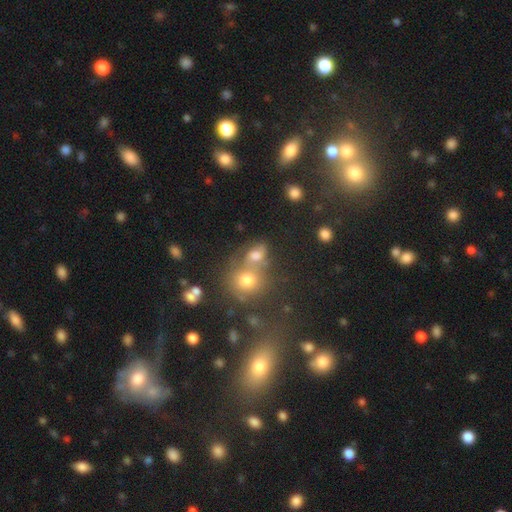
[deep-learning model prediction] smooth-or-featured: smooth: 62% | featured or disk: 19% | star or artifact: 18%
  how-rounded: in between: 51% | round: 47% | cigar-shaped: 2%
  merging: merger: 47% | none: 33% | minor disturbance: 12% | major disturbance: 9%